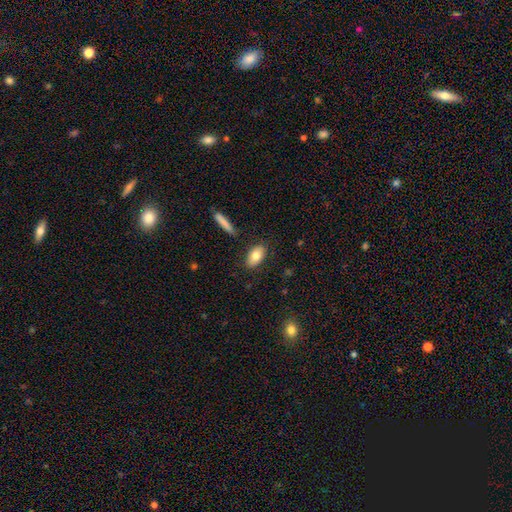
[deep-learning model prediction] The model was most divided on "smooth or featured": smooth: 78%, featured or disk: 15%, star or artifact: 7%. More confident: how rounded — in between (90%); merging — none (85%).